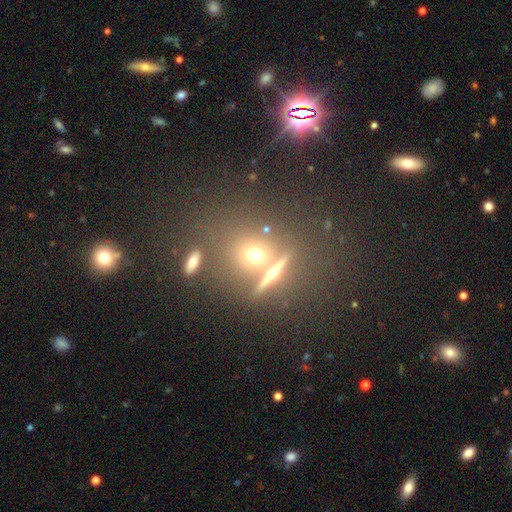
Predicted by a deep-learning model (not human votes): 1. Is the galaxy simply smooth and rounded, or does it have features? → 40% star or artifact, 35% smooth, 25% featured or disk.